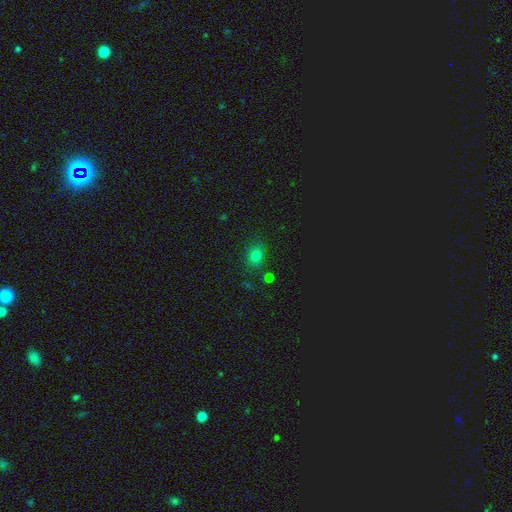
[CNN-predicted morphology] This appears to be a smooth galaxy with no disk features (73%) that is in between round and cigar-shaped (50%). Merging: none (77%).